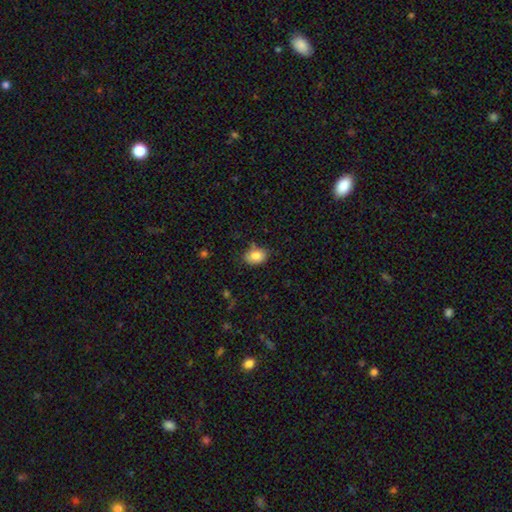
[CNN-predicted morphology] This is clearly a smooth galaxy (84%). How rounded: likely in between (76%). Merging: likely none (73%).